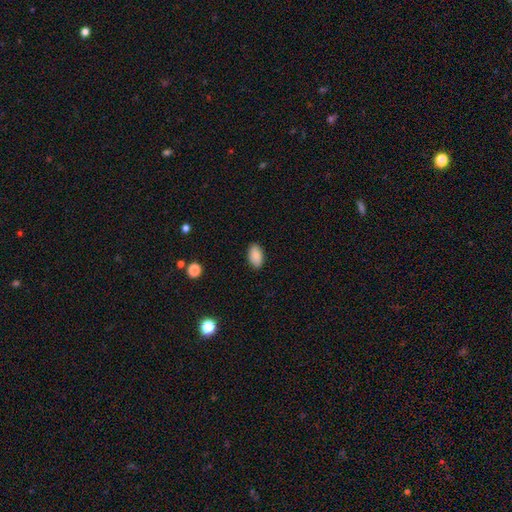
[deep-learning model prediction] This appears to be a smooth galaxy with no disk features (88%) that is in between round and cigar-shaped (93%). Merging: none (88%).